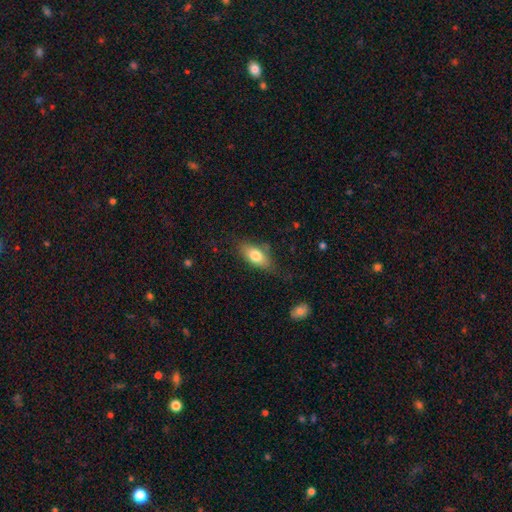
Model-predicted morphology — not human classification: The model was most divided on "merging": none: 68%, minor disturbance: 23%, major disturbance: 7%, merger: 2%. More confident: how rounded — in between (86%); smooth or featured — smooth (76%).